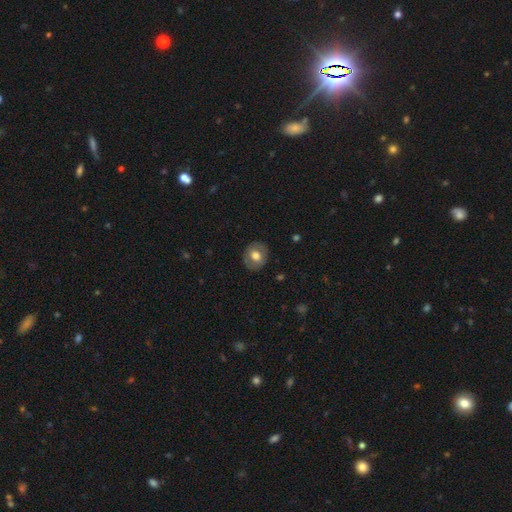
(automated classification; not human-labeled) Smooth or featured: smooth — 66% (featured or disk — 26%)
How rounded: round — 76% (in between — 23%)
Merging: none — 86% (minor disturbance — 10%)